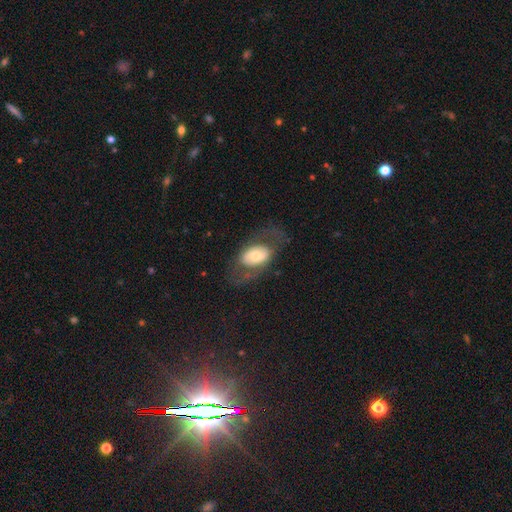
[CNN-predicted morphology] Smooth or featured? featured or disk (53%)
Edge-on disk? no (90%)
Merging? none (63%)